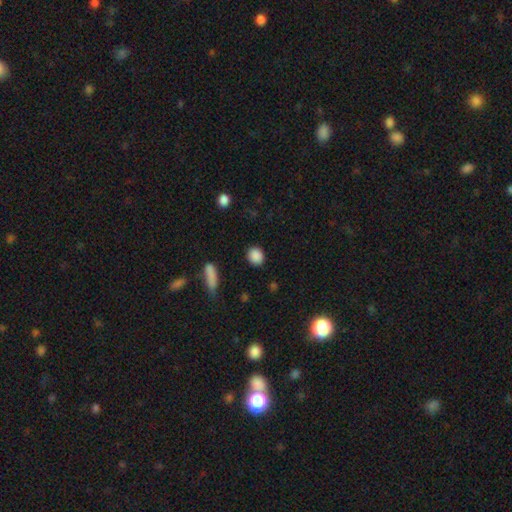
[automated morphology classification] Smooth or featured?
  - smooth: 88% *
  - star or artifact: 8%
  - featured or disk: 3%
How rounded?
  - round: 74% *
  - in between: 24%
  - cigar-shaped: 2%
Merging?
  - none: 88% *
  - minor disturbance: 8%
  - major disturbance: 2%
  - merger: 2%